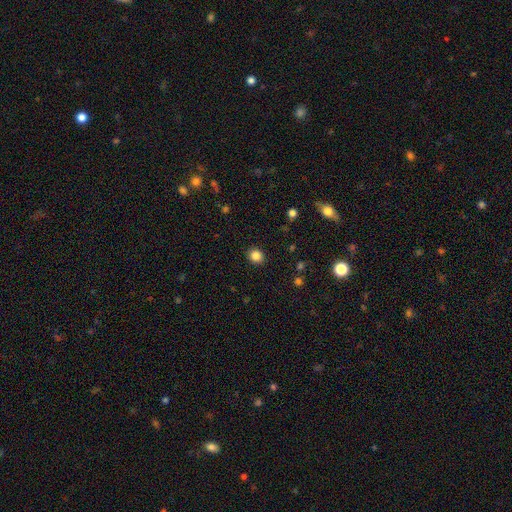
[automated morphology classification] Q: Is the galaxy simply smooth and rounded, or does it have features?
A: smooth — 85%.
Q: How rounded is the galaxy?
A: round — 76%.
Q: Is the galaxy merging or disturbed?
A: none — 90%.